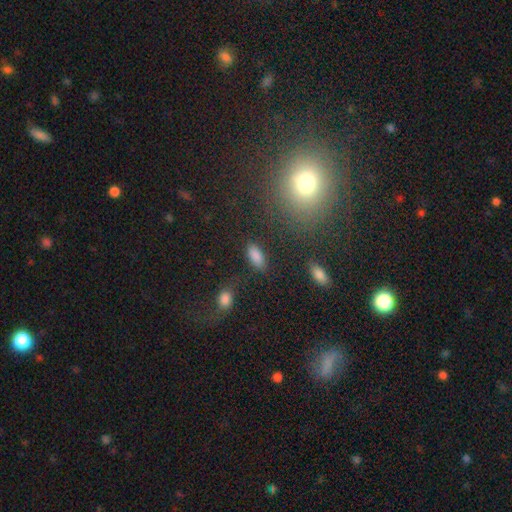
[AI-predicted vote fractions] smooth-or-featured: smooth: 83% | star or artifact: 11% | featured or disk: 6%
  how-rounded: in between: 86% | cigar-shaped: 10% | round: 4%
  merging: none: 80% | minor disturbance: 11% | major disturbance: 5% | merger: 4%